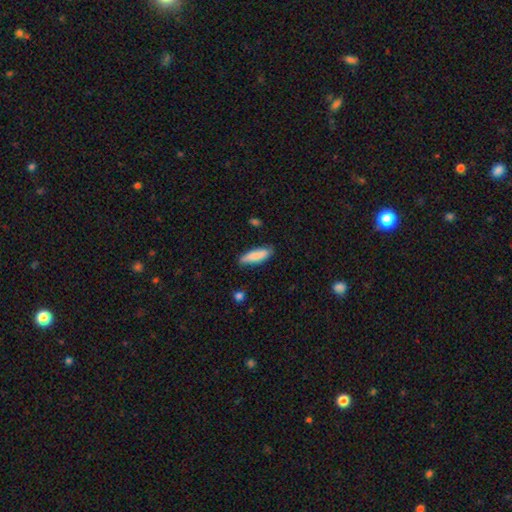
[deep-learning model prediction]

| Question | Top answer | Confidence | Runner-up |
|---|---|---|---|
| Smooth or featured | smooth | 82% | featured or disk (12%) |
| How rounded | cigar-shaped | 51% | in between (47%) |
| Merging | none | 78% | minor disturbance (18%) |